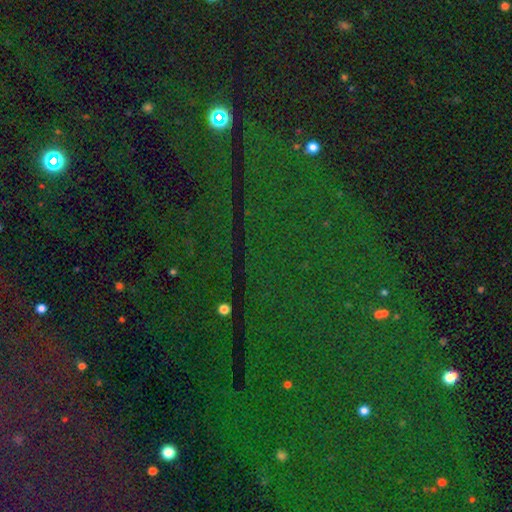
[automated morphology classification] Smooth or featured? Predicted: star or artifact (p=0.84).